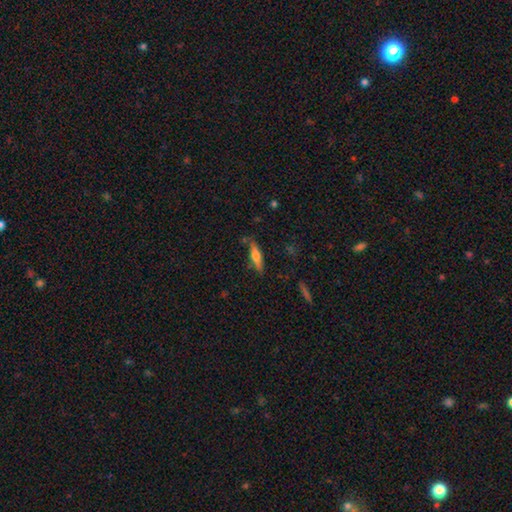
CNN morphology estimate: Overall: smooth (54%; featured or disk 39%). How rounded: cigar-shaped (71%). Merging: none (79%).